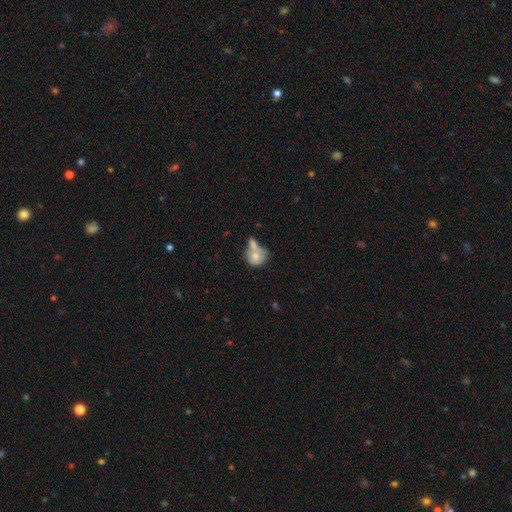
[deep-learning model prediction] Smooth or featured? smooth (66%)
How rounded? round (68%)
Merging? merger (52%)